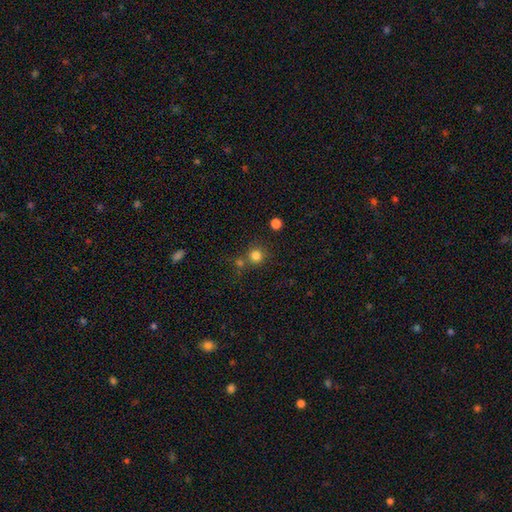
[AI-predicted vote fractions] Morphology: type=smooth (81%); roundness=round (93%); merging=none (70%).